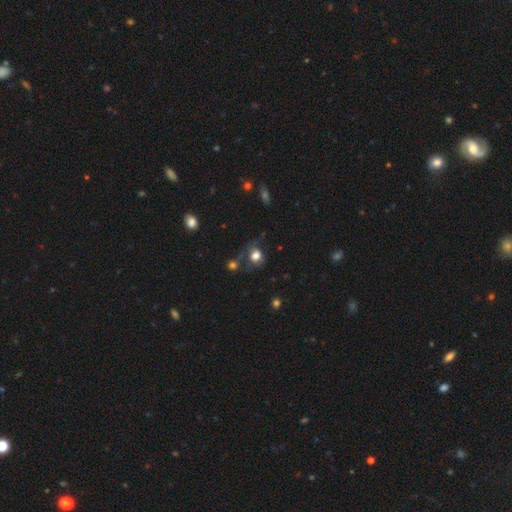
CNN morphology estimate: Overall: smooth (71%). How rounded: round (67%; in between 32%). Merging: none (49%; minor disturbance 20%).